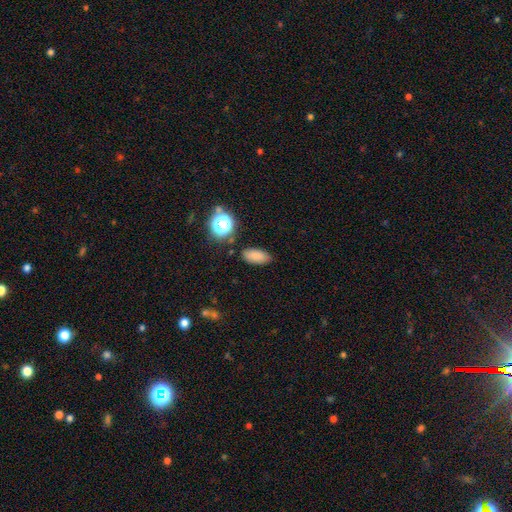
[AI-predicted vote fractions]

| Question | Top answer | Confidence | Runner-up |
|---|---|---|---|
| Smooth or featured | smooth | 81% | star or artifact (13%) |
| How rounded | in between | 87% | cigar-shaped (7%) |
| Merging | none | 83% | minor disturbance (11%) |